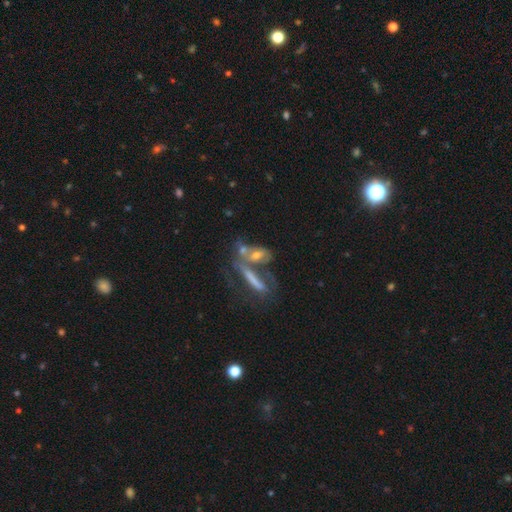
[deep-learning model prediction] The model was most divided on "smooth or featured": featured or disk: 49%, smooth: 37%, star or artifact: 14%. Remaining: merging — merger (47%).